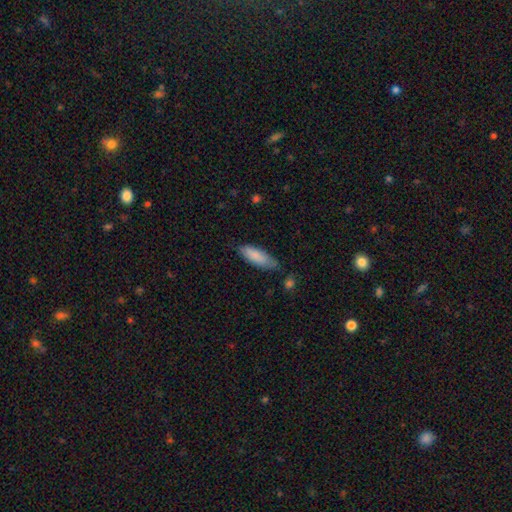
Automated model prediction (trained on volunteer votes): smooth-or-featured: smooth: 84% | featured or disk: 10% | star or artifact: 6%
  how-rounded: in between: 61% | cigar-shaped: 38% | round: 1%
  merging: none: 67% | minor disturbance: 25% | major disturbance: 5% | merger: 3%